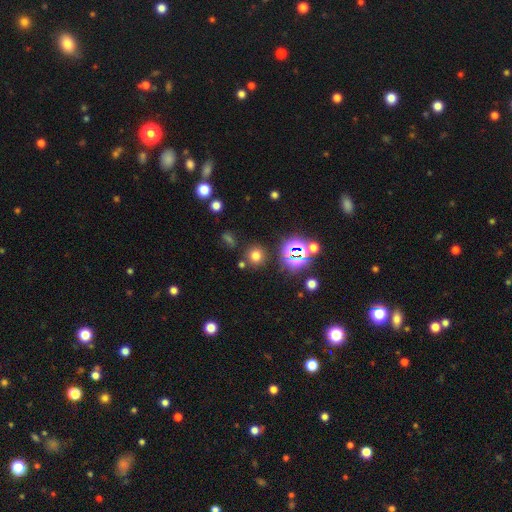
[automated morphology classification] type=smooth (67%); roundness=round (88%); merging=none (82%).